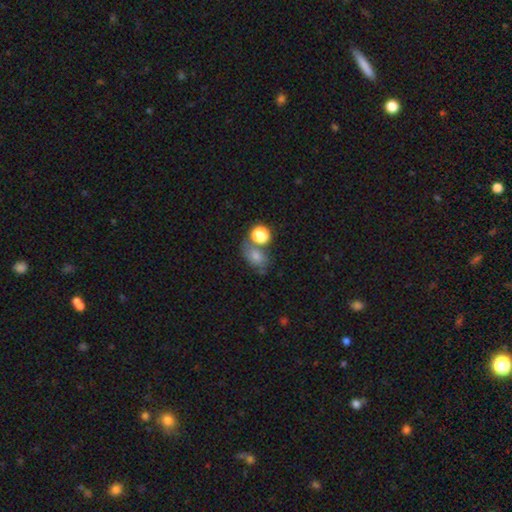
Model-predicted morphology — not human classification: A smooth galaxy with no disk features (71%) that is in between round and cigar-shaped (65%).

Vote fractions:
- Smooth or featured? smooth: 71% / featured or disk: 15% / star or artifact: 14%
- How rounded? in between: 65% / round: 33% / cigar-shaped: 2%
- Merging? none: 45% / merger: 29% / minor disturbance: 17% / major disturbance: 10%